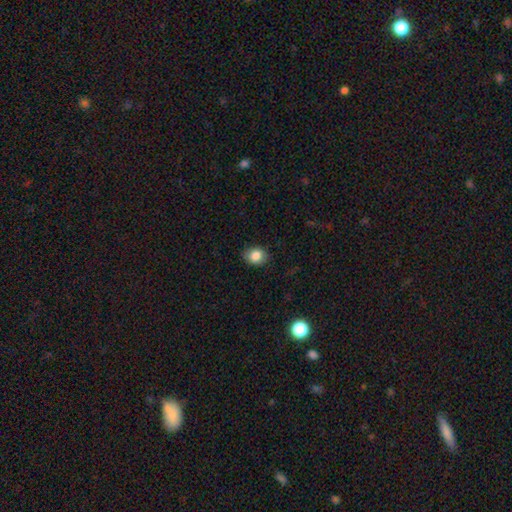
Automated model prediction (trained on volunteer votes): Overall: smooth (83%). How rounded: in between (50%; round 49%). Merging: none (86%).